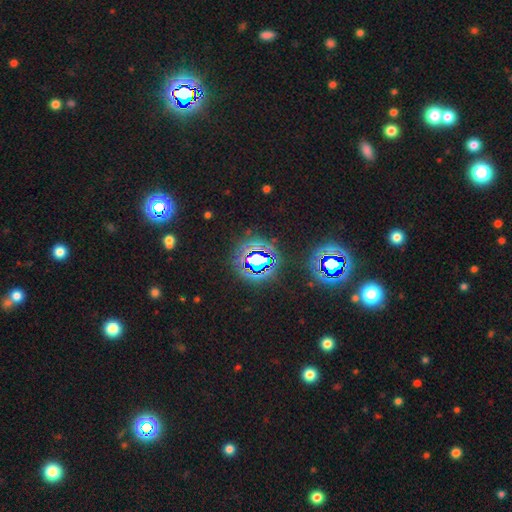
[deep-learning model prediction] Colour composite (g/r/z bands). It shows a star or artifact, not a galaxy (70%).